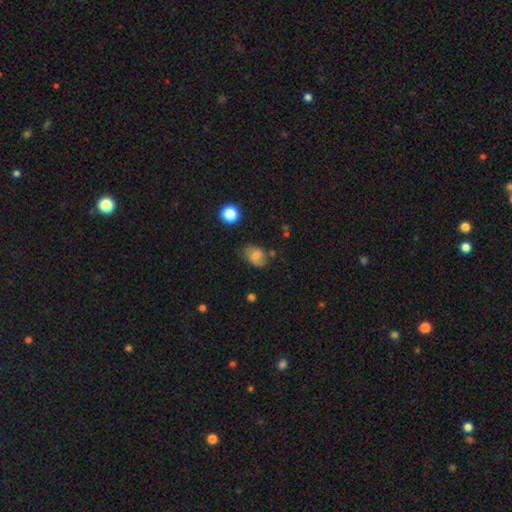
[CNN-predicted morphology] A smooth galaxy with no disk features (62%) that is in between round and cigar-shaped (72%). Merging: none (60%).